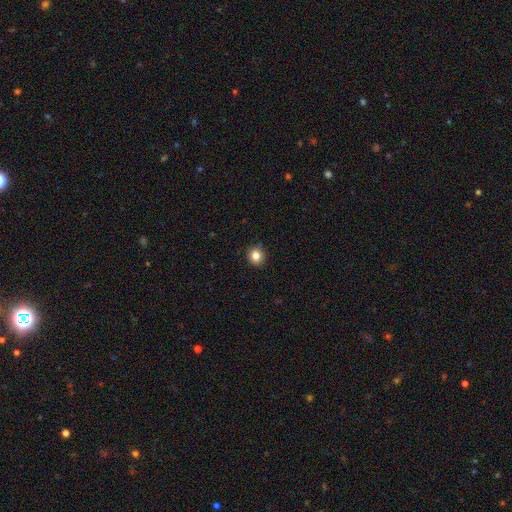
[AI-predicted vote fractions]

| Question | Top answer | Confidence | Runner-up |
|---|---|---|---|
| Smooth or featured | smooth | 84% | star or artifact (11%) |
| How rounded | round | 89% | in between (10%) |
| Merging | none | 92% | minor disturbance (6%) |